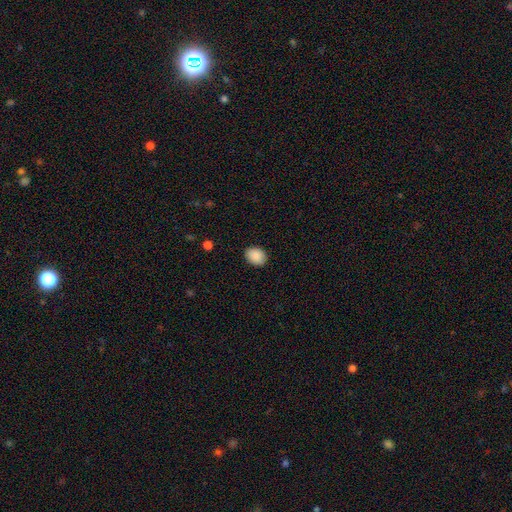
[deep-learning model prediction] A smooth galaxy with no disk features (90%) that is in between round and cigar-shaped (62%).

Vote fractions:
- Smooth or featured? smooth: 90% / star or artifact: 7% / featured or disk: 3%
- How rounded? in between: 62% / round: 37% / cigar-shaped: 1%
- Merging? none: 87% / minor disturbance: 9% / major disturbance: 2% / merger: 1%